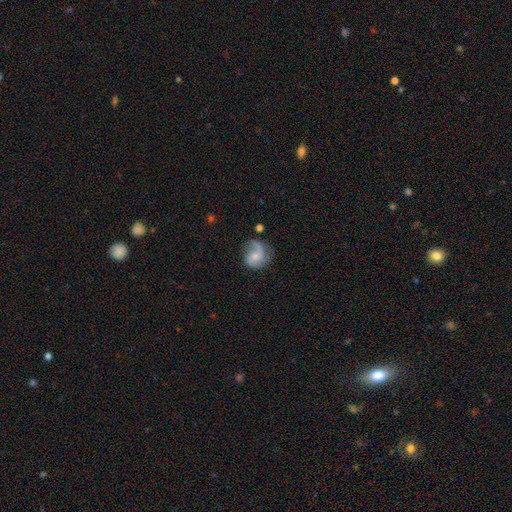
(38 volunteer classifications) Smooth or featured: featured or disk — 74% (smooth — 24%)
Edge-on disk: no — 100%
Bar: no — 61% (weak — 36%)
Spiral arms: yes — 89% (no — 11%)
Spiral winding: loose — 40% (tight — 32%)
Spiral arm count: 2 — 60% (1 — 32%)
Bulge size: small — 57% (moderate — 39%)
Merging: none — 51% (major disturbance — 32%)